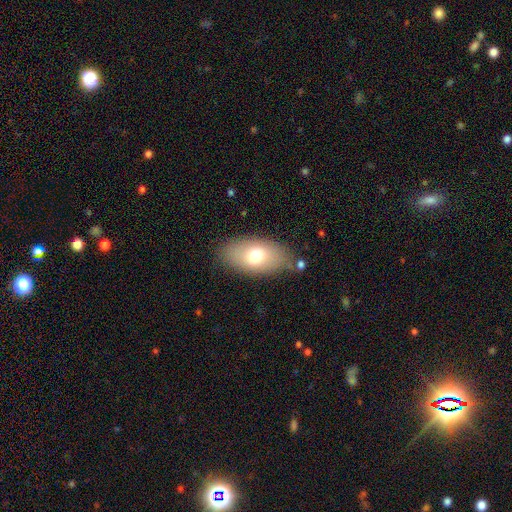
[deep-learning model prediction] Smooth or featured?
  - smooth: 71% *
  - featured or disk: 21%
  - star or artifact: 8%
How rounded?
  - in between: 92% *
  - round: 5%
  - cigar-shaped: 3%
Merging?
  - none: 79% *
  - minor disturbance: 13%
  - major disturbance: 4%
  - merger: 3%